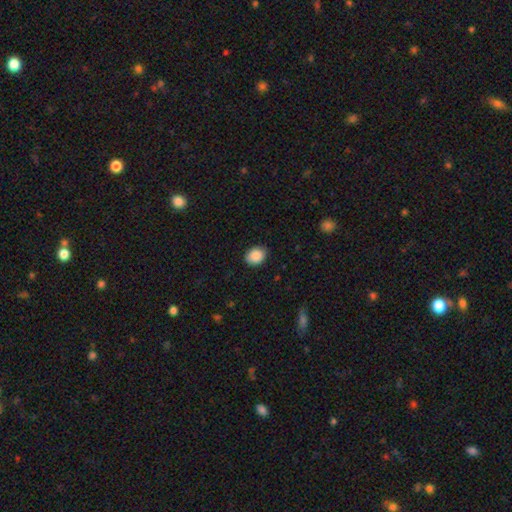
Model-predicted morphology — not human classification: The model was most divided on "how rounded": in between: 55%, round: 44%, cigar-shaped: 1%. More confident: smooth or featured — smooth (89%); merging — none (86%).